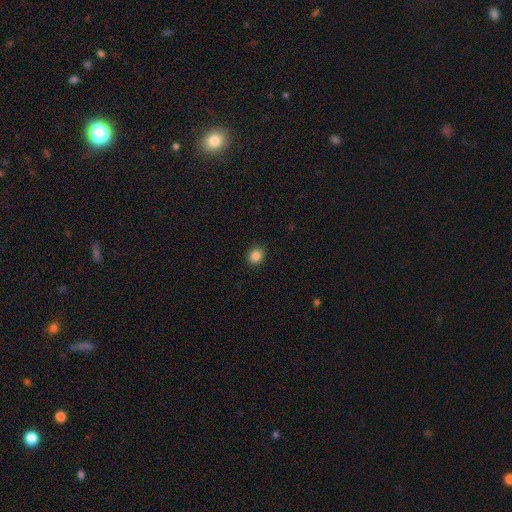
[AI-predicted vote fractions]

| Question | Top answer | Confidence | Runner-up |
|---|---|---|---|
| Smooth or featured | smooth | 86% | star or artifact (10%) |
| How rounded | round | 70% | in between (29%) |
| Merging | none | 90% | minor disturbance (7%) |